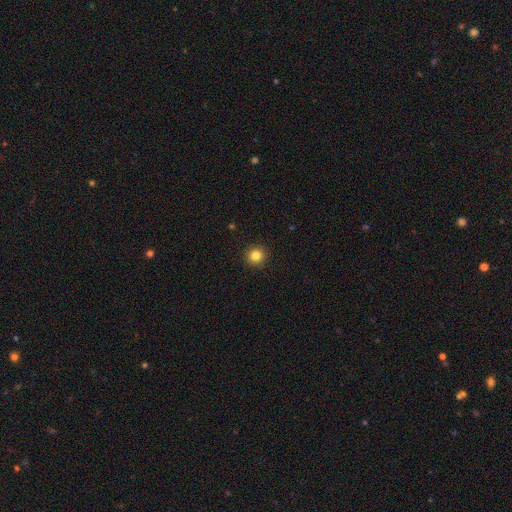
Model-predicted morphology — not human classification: Smooth or featured? Predicted: smooth (p=0.84). How rounded? Predicted: round (p=0.92). Merging? Predicted: none (p=0.92).